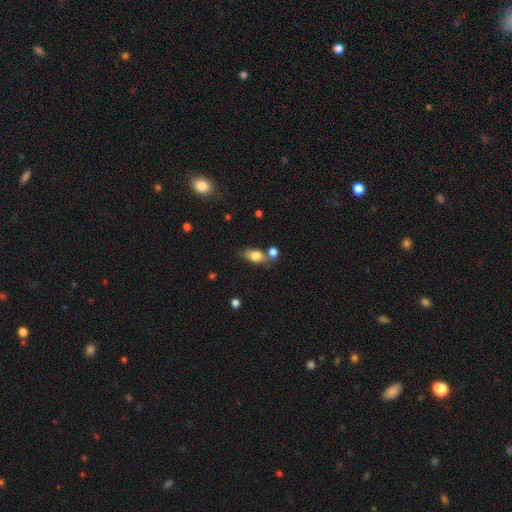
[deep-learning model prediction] Smooth or featured? smooth (78%)
How rounded? in between (83%)
Merging? none (56%)